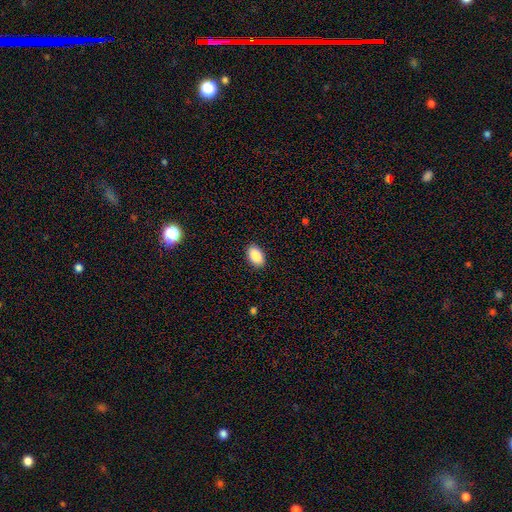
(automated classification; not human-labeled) Smooth or featured? smooth (88%)
How rounded? in between (92%)
Merging? none (90%)